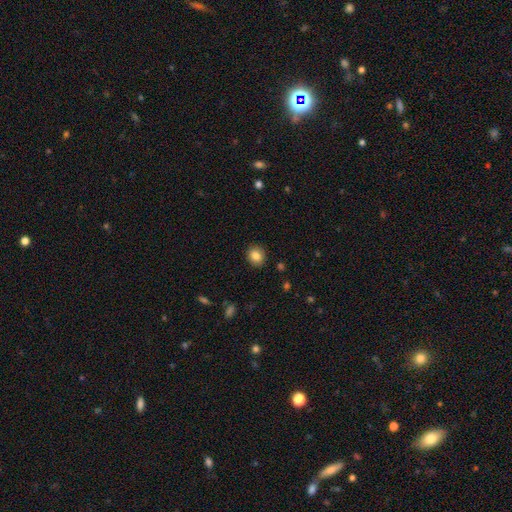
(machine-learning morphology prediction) This is clearly a smooth galaxy (85%). How rounded: likely round (75%). Merging: clearly none (90%).